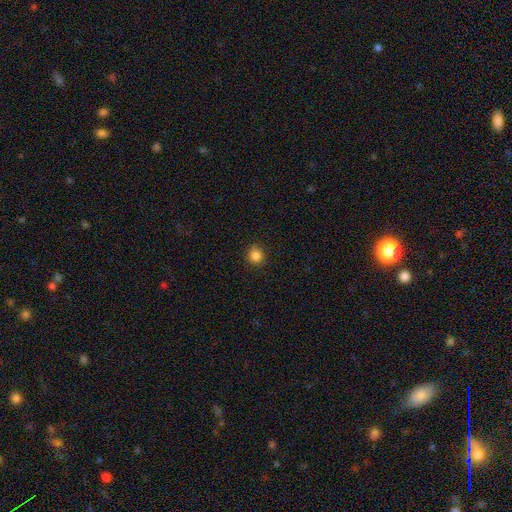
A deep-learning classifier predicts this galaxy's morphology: Smooth or featured?
  - smooth: 84% *
  - star or artifact: 12%
  - featured or disk: 4%
How rounded?
  - round: 89% *
  - in between: 10%
  - cigar-shaped: 1%
Merging?
  - none: 84% *
  - minor disturbance: 12%
  - major disturbance: 3%
  - merger: 1%